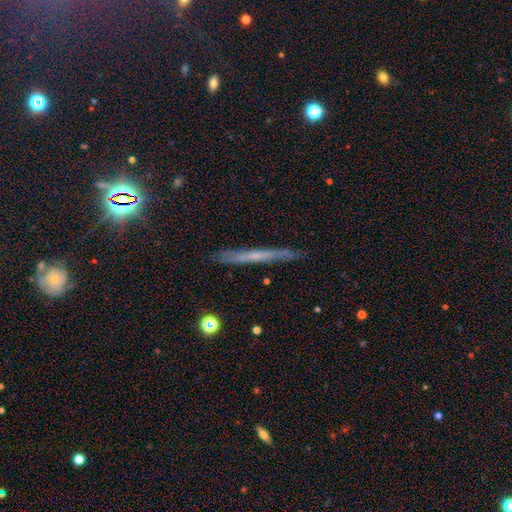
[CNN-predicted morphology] The model was most divided on "smooth or featured": featured or disk: 53%, smooth: 35%, star or artifact: 12%. More confident: edge-on disk — yes (93%); merging — none (85%).